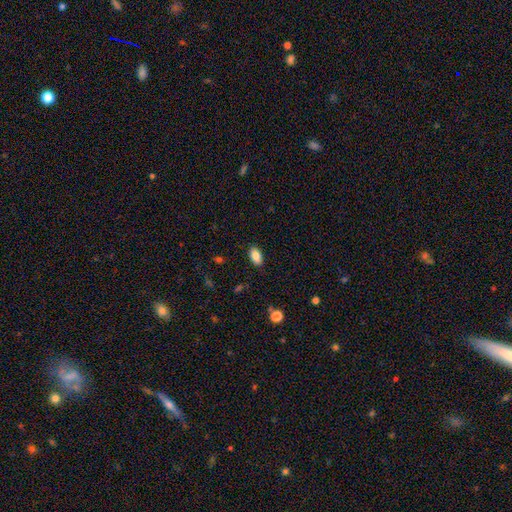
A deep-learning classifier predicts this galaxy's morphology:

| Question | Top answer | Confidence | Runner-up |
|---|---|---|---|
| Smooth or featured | smooth | 85% | star or artifact (8%) |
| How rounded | in between | 93% | round (4%) |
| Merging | none | 87% | minor disturbance (10%) |